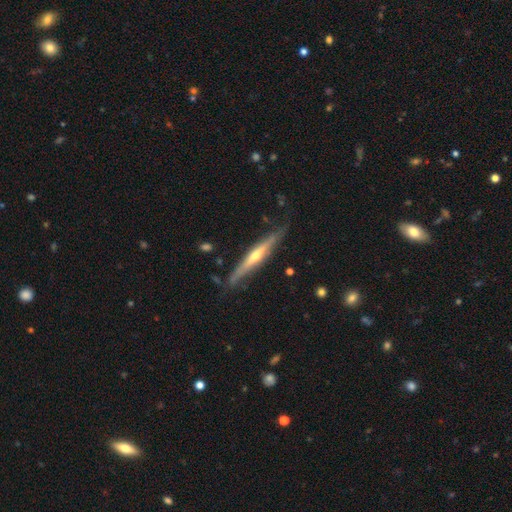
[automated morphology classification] Overall: featured or disk (71%). Edge-on disk: yes (95%). Edge-on bulge: rounded (77%). Merging: none (81%).